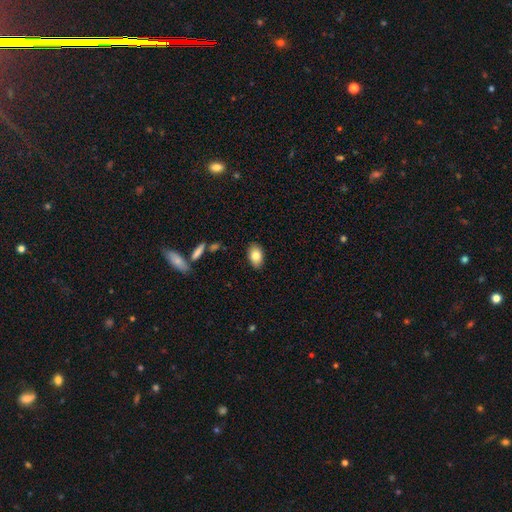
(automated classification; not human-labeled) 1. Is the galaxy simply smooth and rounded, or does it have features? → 83% smooth, 10% featured or disk, 7% star or artifact.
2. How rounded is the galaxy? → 92% in between, 7% round, 2% cigar-shaped.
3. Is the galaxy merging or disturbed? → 86% none, 10% minor disturbance, 2% major disturbance, 2% merger.